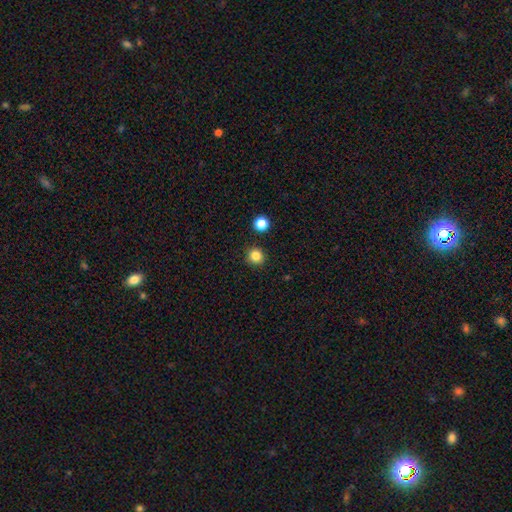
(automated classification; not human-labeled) Overall: smooth (84%). How rounded: round (93%). Merging: none (91%).